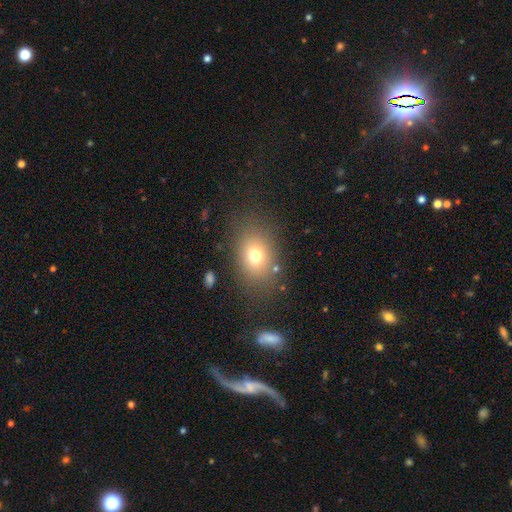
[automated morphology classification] smooth-or-featured: smooth: 72% | star or artifact: 14% | featured or disk: 14%
  how-rounded: in between: 67% | round: 32% | cigar-shaped: 1%
  merging: none: 78% | minor disturbance: 12% | major disturbance: 7% | merger: 3%